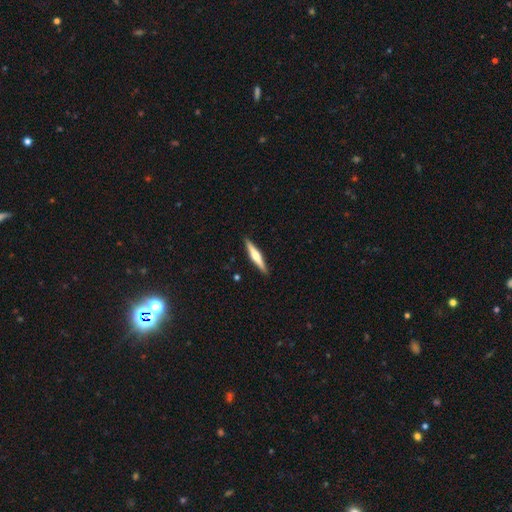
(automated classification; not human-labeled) A featured or disk galaxy (62%) viewed edge-on (98%) with a rounded central bulge (87%).

Vote fractions:
- Smooth or featured? featured or disk: 62% / smooth: 33% / star or artifact: 5%
- Edge-on disk? yes: 98% / no: 2%
- Edge-on bulge? rounded: 87% / boxy: 7% / none: 6%
- Merging? none: 91% / minor disturbance: 6% / major disturbance: 1% / merger: 1%